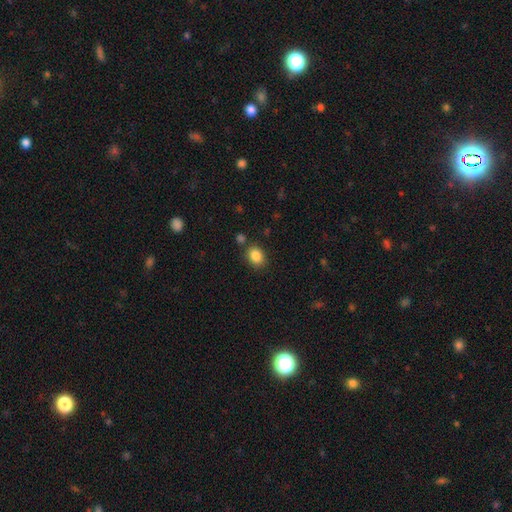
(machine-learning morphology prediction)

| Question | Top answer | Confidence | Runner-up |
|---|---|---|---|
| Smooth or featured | smooth | 86% | star or artifact (9%) |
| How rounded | in between | 57% | round (42%) |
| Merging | none | 80% | minor disturbance (11%) |